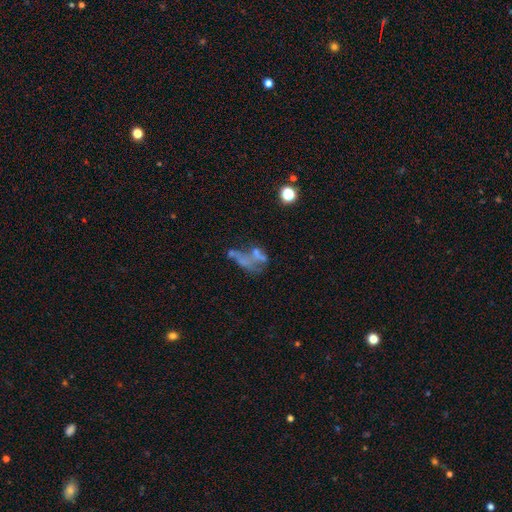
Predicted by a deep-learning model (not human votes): Q: Smooth or featured?
A: featured or disk (48%); runner-up: smooth (32%)
Q: Merging?
A: merger (33%); runner-up: major disturbance (30%)